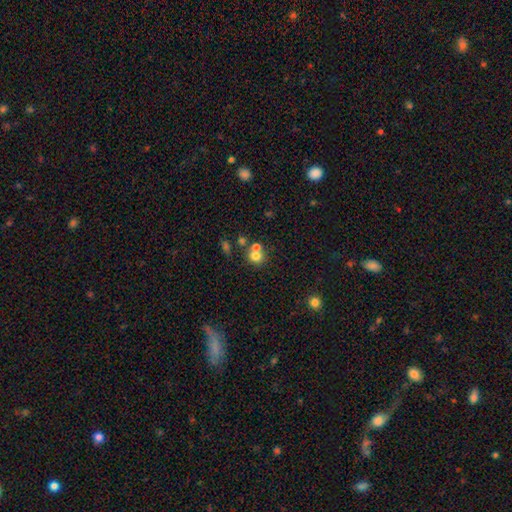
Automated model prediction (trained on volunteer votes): A smooth galaxy with no disk features (73%) that is round (81%). Merging: none (47%).